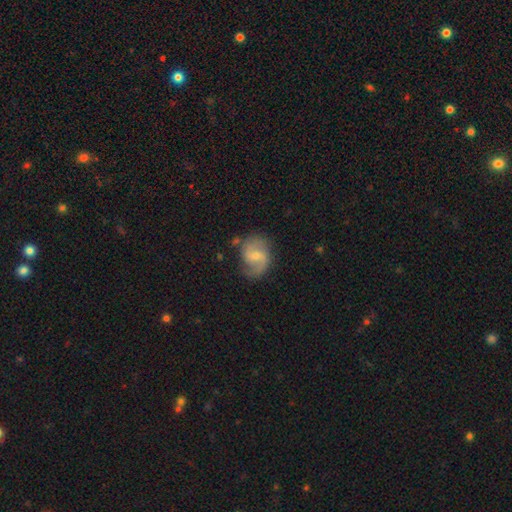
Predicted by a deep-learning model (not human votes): featured or disk 76%, smooth 18%, star or artifact 6%. Down the decision tree: edge-on disk — no (98%); bar — weak (59%); spiral arms — yes (94%); spiral arm count — 2 (88%); spiral winding — medium (52%); bulge size — small (51%); merging — none (73%).